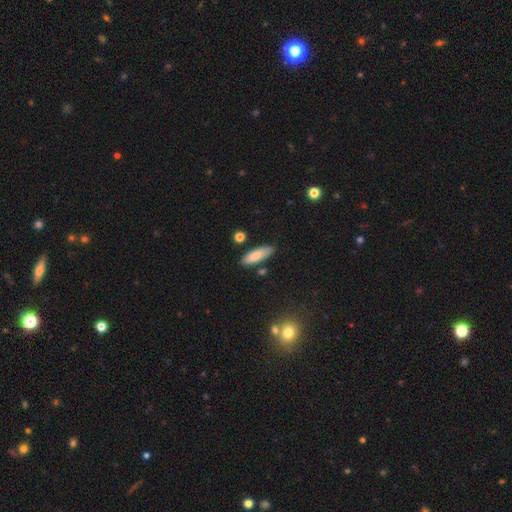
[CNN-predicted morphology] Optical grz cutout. It shows a smooth galaxy with no disk features (83%) that is in between round and cigar-shaped (52%). Merging: none (82%).